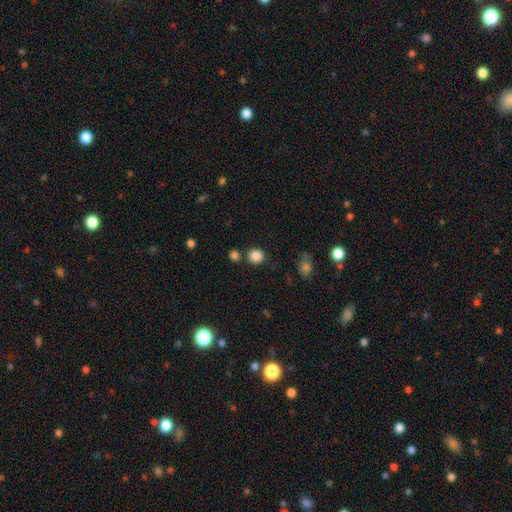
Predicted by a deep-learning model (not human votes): Morphology: type=smooth (86%); roundness=round (86%); merging=none (78%).